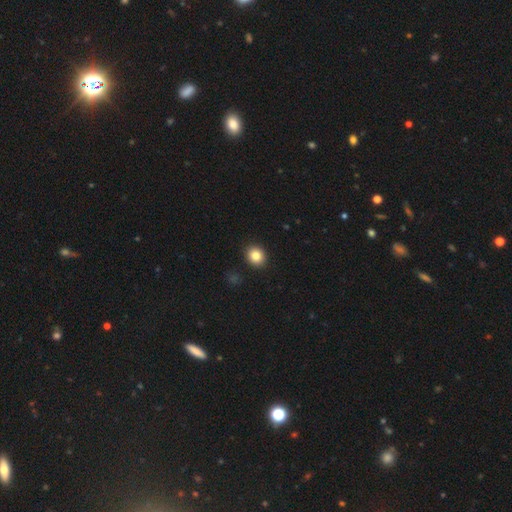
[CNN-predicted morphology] This appears to be a smooth galaxy with no disk features (84%) that is round (70%). Merging: none (91%).